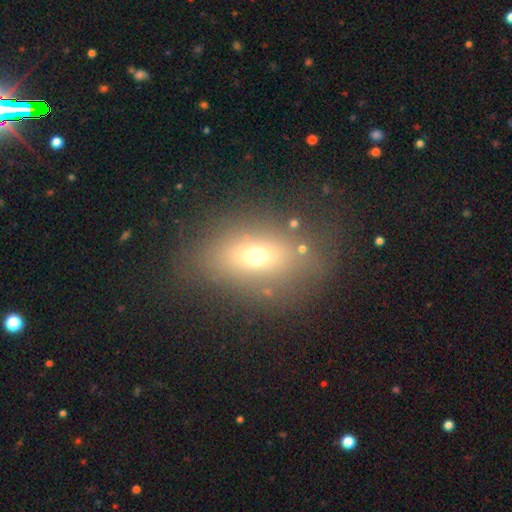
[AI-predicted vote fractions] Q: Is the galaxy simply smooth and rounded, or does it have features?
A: smooth — 62%.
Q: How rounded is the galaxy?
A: in between — 71%.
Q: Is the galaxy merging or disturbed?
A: none — 73%.